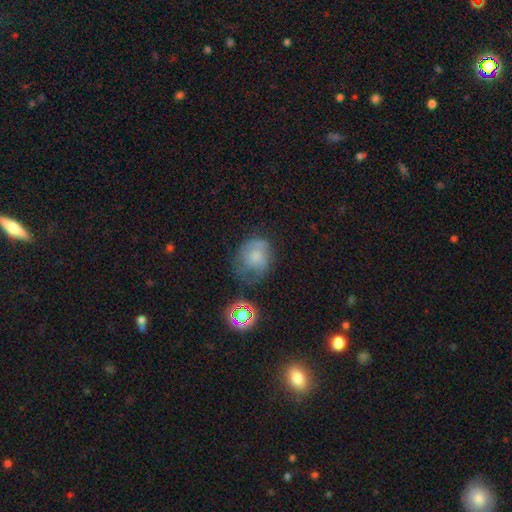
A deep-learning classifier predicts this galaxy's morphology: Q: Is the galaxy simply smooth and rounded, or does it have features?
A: smooth — 58%.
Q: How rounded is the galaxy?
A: round — 64%.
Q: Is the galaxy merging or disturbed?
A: none — 43%.